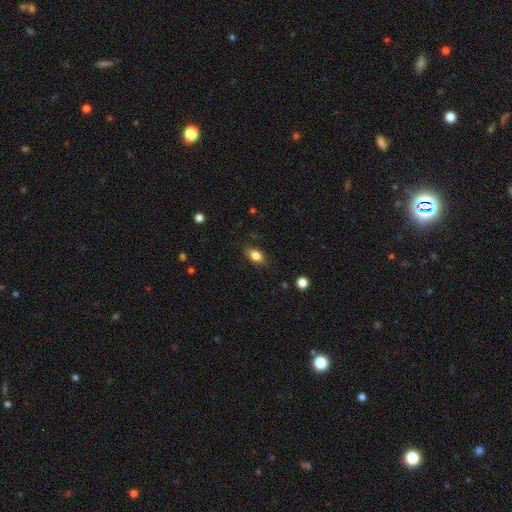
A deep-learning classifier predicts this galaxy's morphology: This is clearly a smooth galaxy (80%). How rounded: clearly in between (85%). Merging: clearly none (81%).